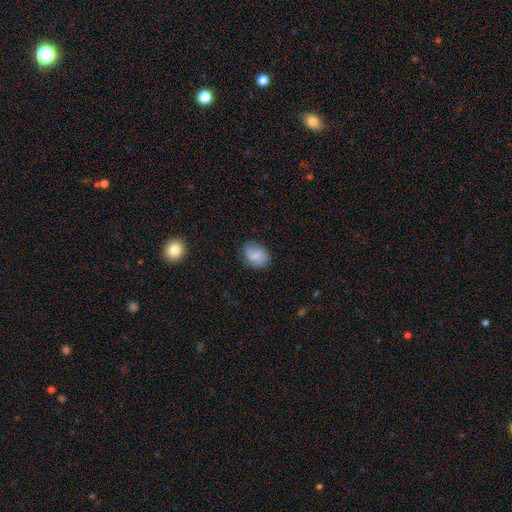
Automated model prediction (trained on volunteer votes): Smooth or featured: smooth — 71% (featured or disk — 20%)
How rounded: in between — 64% (round — 35%)
Merging: none — 76% (minor disturbance — 19%)